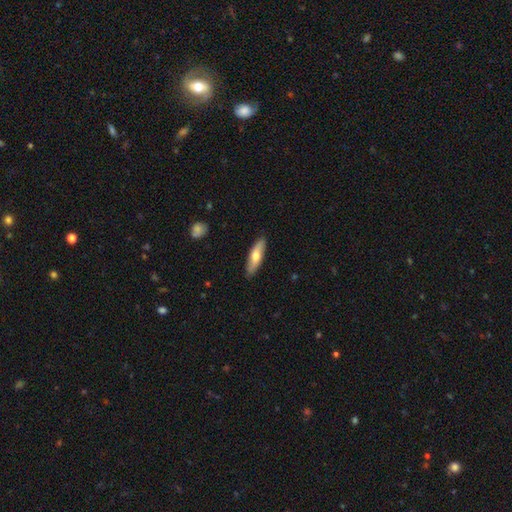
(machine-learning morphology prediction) smooth 62%, featured or disk 33%, star or artifact 5%. Down the decision tree: how rounded — cigar-shaped (60%); merging — none (87%).